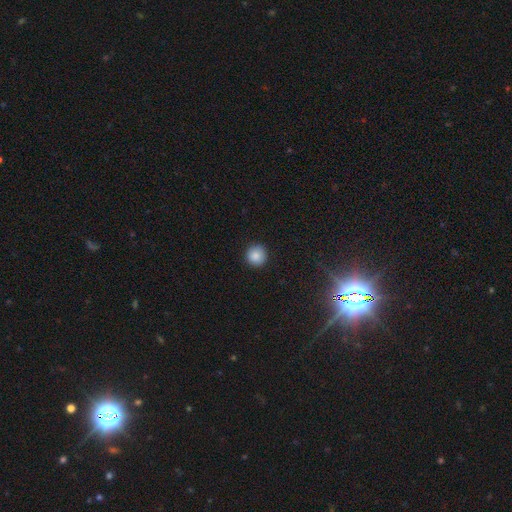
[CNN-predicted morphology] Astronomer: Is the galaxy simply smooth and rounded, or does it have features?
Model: smooth — 86%.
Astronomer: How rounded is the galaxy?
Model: round — 95%.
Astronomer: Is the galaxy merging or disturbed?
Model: none — 91%.